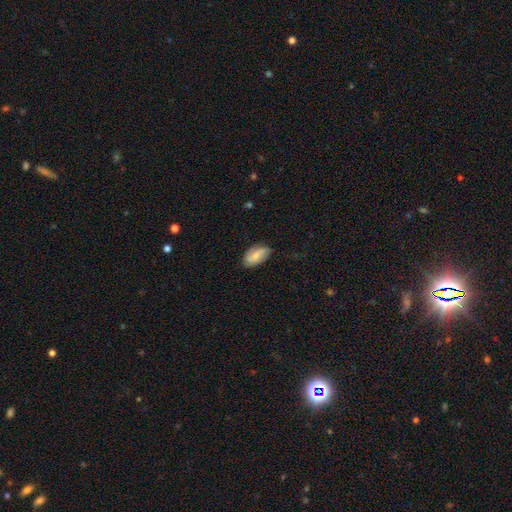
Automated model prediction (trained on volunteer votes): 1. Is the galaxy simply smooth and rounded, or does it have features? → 53% smooth, 40% featured or disk, 7% star or artifact.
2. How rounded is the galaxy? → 92% in between, 5% round, 4% cigar-shaped.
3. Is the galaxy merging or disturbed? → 75% none, 20% minor disturbance, 4% major disturbance, 1% merger.